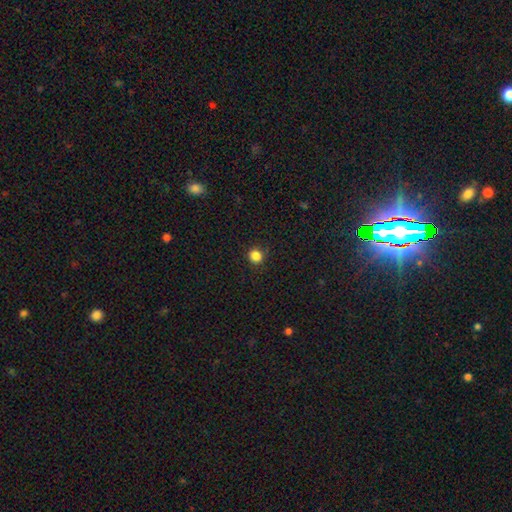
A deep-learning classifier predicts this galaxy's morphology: Overall: smooth (84%). How rounded: round (89%). Merging: none (89%).